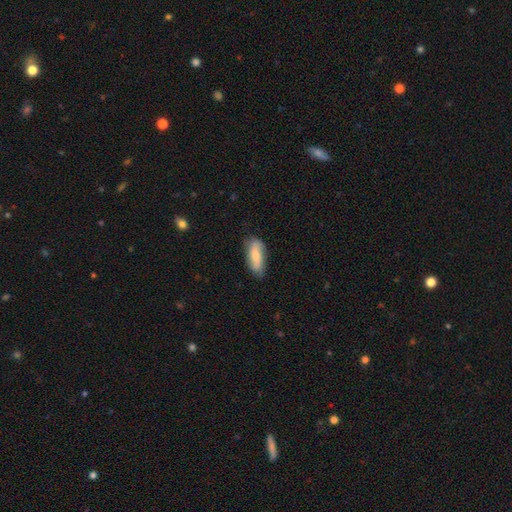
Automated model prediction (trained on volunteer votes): smooth 64%, featured or disk 30%, star or artifact 6%. Down the decision tree: how rounded — in between (76%); merging — none (73%).